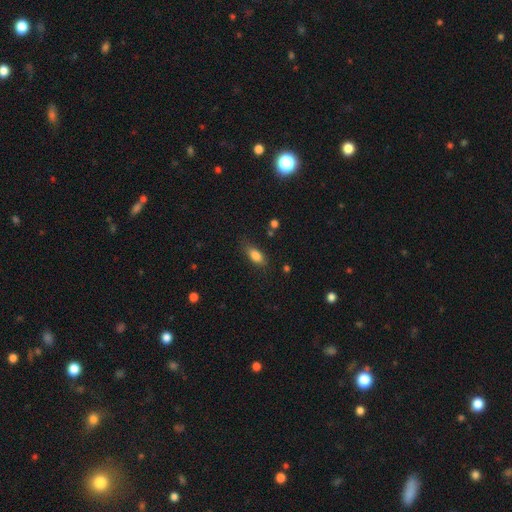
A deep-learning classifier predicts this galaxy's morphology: This appears to be a smooth galaxy with no disk features (82%) that is in between round and cigar-shaped (81%). Merging: none (75%).